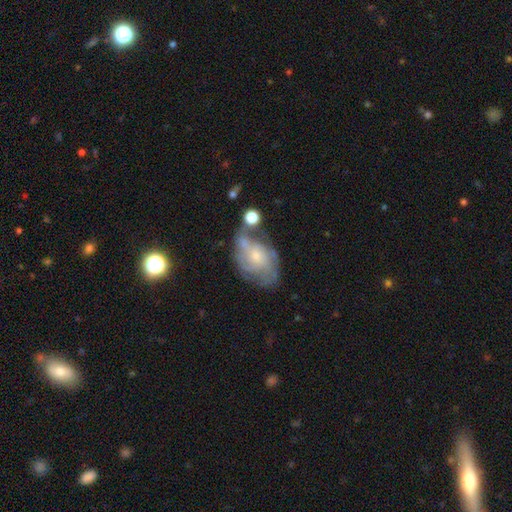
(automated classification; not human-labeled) Smooth or featured? Predicted: featured or disk (p=0.74). Edge-on disk? Predicted: no (p=0.96). Bar? Predicted: no (p=0.74). Spiral arms? Predicted: yes (p=0.87). Spiral winding? Predicted: tight (p=0.46). Spiral arm count? Predicted: can't tell (p=0.41). Bulge size? Predicted: small (p=0.68). Merging? Predicted: none (p=0.47).